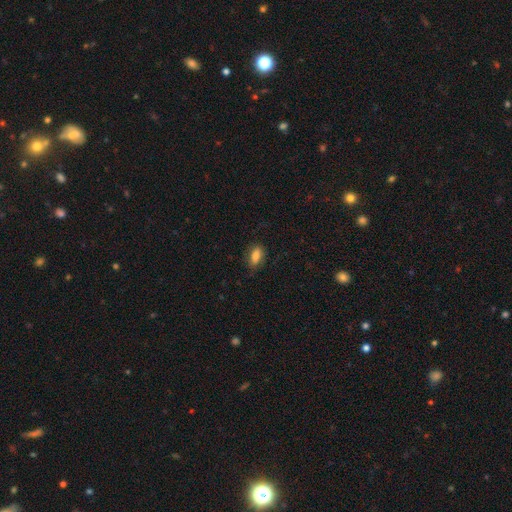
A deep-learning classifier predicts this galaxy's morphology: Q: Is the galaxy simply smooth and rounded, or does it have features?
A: smooth — 80%.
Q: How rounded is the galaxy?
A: in between — 84%.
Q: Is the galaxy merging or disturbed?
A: none — 75%.